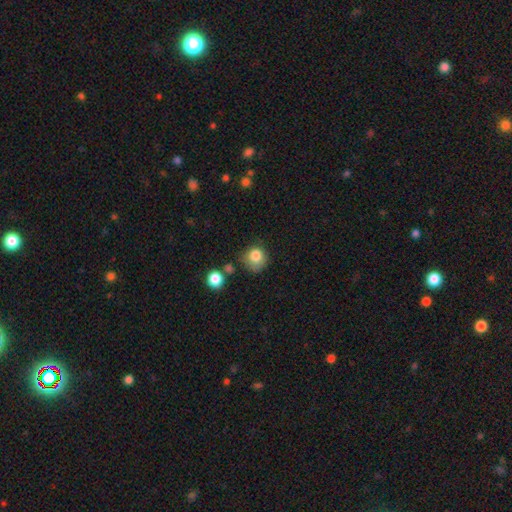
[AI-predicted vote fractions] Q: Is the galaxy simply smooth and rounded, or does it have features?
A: smooth — 82%.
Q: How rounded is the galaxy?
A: round — 83%.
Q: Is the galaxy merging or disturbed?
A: none — 55%.